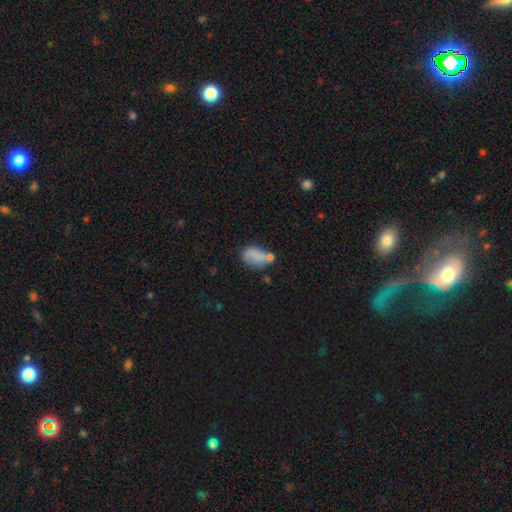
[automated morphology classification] Overall: smooth (72%). How rounded: in between (84%). Merging: none (43%; minor disturbance 26%).